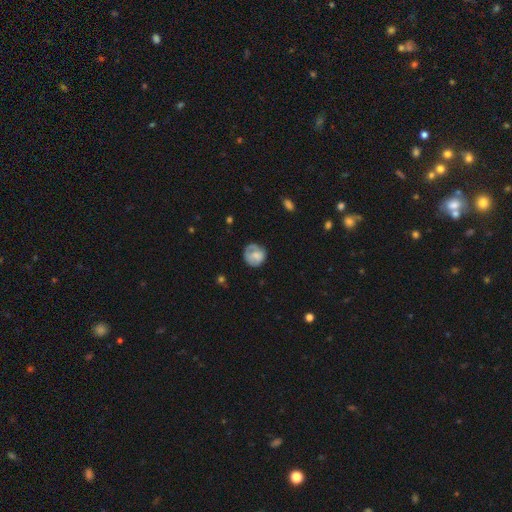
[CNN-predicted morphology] Smooth or featured: smooth — 66% (featured or disk — 27%)
How rounded: round — 82% (in between — 17%)
Merging: none — 59% (minor disturbance — 27%)